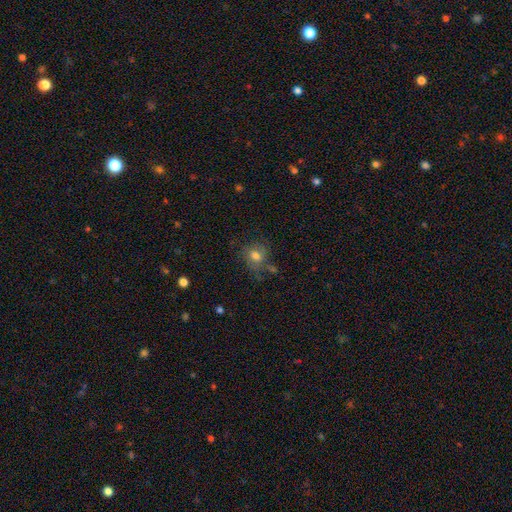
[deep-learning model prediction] This is likely a smooth galaxy (69%). How rounded: likely round (64%). Merging: possibly none (60%).